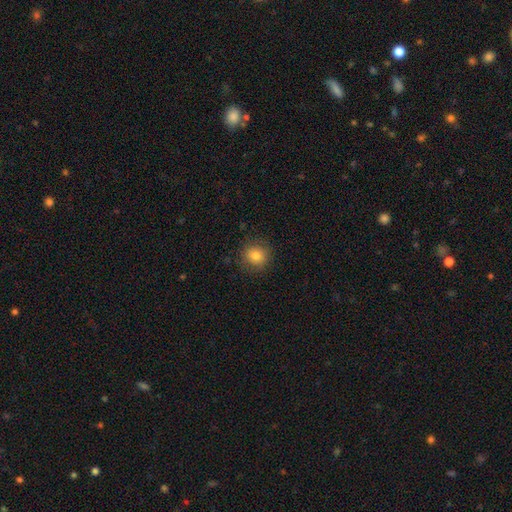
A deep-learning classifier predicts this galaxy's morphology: smooth-or-featured: smooth: 81% | star or artifact: 11% | featured or disk: 8%
  how-rounded: round: 88% | in between: 11% | cigar-shaped: 1%
  merging: none: 87% | minor disturbance: 9% | major disturbance: 3% | merger: 1%